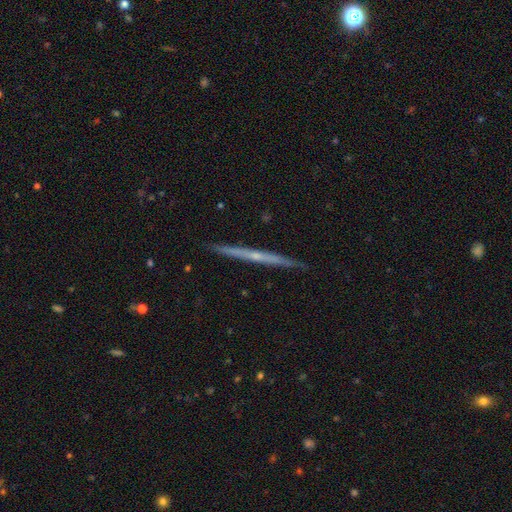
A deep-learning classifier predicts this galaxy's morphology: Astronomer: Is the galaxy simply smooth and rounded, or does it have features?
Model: featured or disk — 71%.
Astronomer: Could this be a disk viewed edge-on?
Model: yes — 98%.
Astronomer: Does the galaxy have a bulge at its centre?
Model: none — 56% (runner-up: rounded, 40%).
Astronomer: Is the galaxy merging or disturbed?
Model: none — 91%.